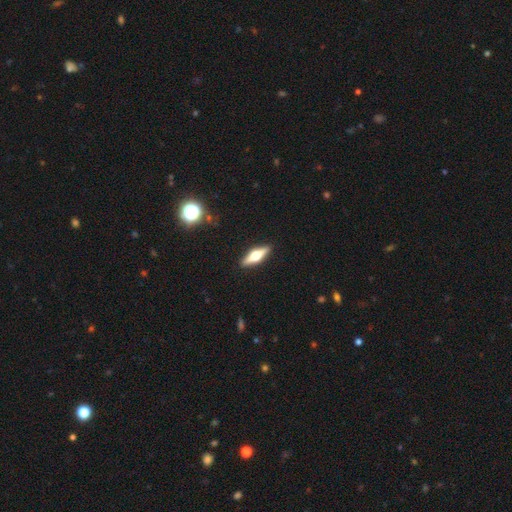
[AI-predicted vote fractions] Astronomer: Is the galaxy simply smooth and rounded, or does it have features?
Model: featured or disk — 63%.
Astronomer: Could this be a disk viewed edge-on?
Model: yes — 95%.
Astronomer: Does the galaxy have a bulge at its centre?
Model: rounded — 95%.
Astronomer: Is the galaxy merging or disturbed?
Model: none — 91%.